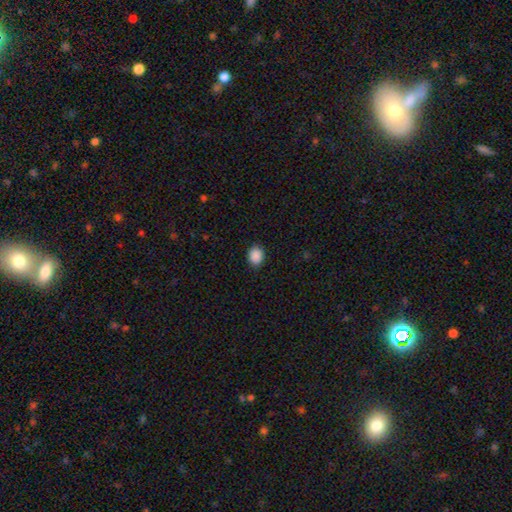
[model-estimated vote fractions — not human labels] Overall: smooth (90%). How rounded: in between (53%; round 47%). Merging: none (90%).